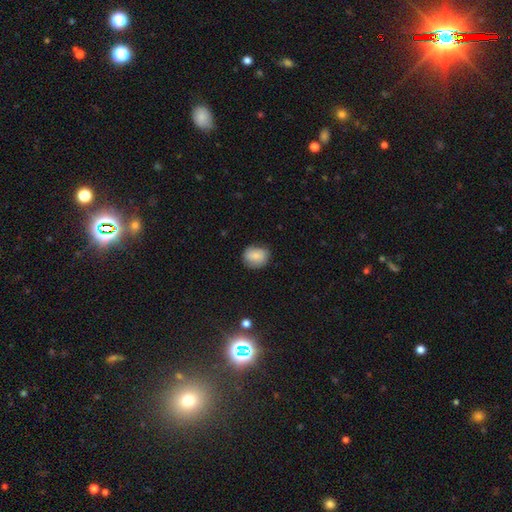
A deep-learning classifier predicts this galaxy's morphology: Overall: smooth (78%). How rounded: round (62%; in between 37%). Merging: none (74%).